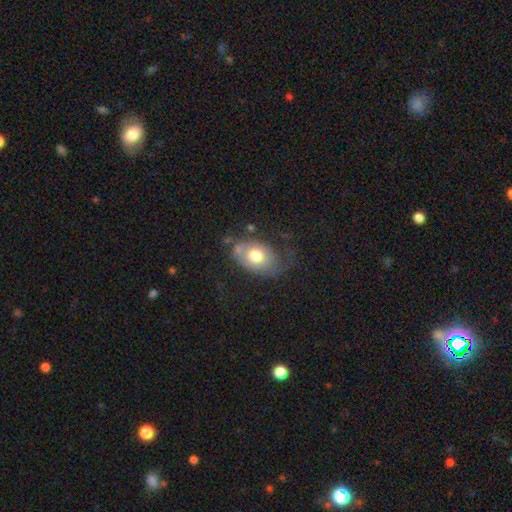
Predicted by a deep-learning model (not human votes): A smooth galaxy with no disk features (57%) that is in between round and cigar-shaped (81%). Merging: none (41%).